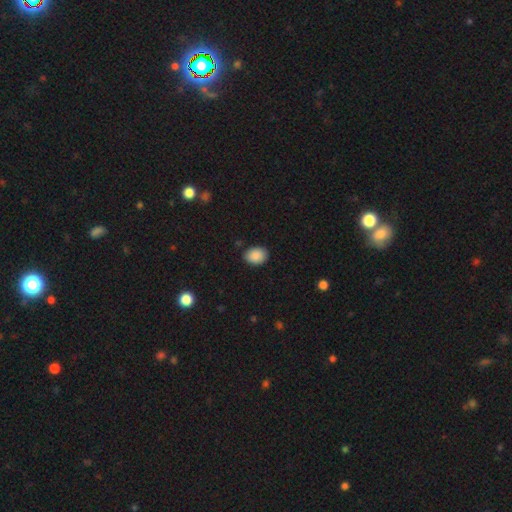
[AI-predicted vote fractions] This is clearly a smooth galaxy (89%). How rounded: likely in between (71%). Merging: clearly none (86%).